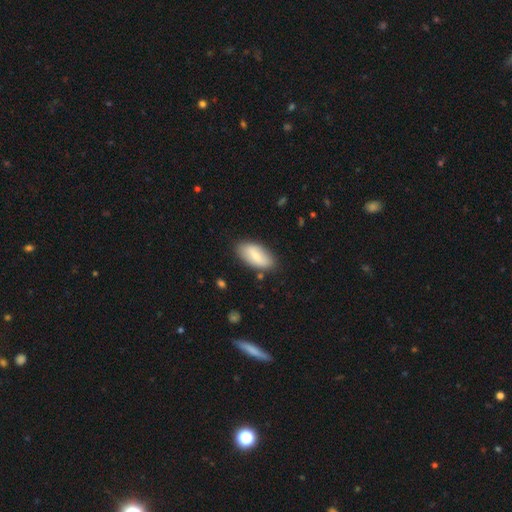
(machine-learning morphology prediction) Smooth or featured?
  - smooth: 67% *
  - featured or disk: 27%
  - star or artifact: 6%
How rounded?
  - in between: 91% *
  - cigar-shaped: 6%
  - round: 3%
Merging?
  - none: 82% *
  - minor disturbance: 13%
  - major disturbance: 3%
  - merger: 2%